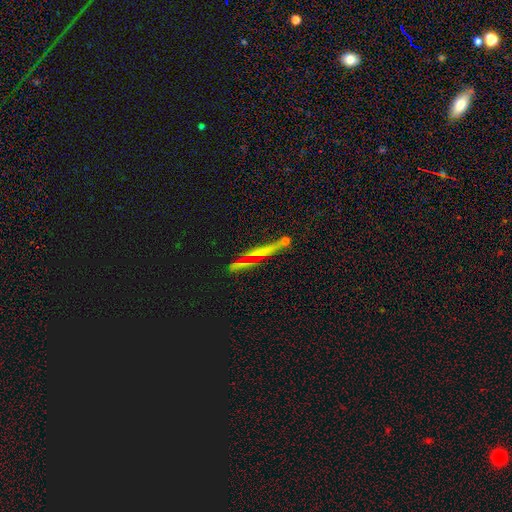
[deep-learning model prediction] featured or disk 41%, smooth 35%, star or artifact 24%. Down the decision tree: merging — none (59%).